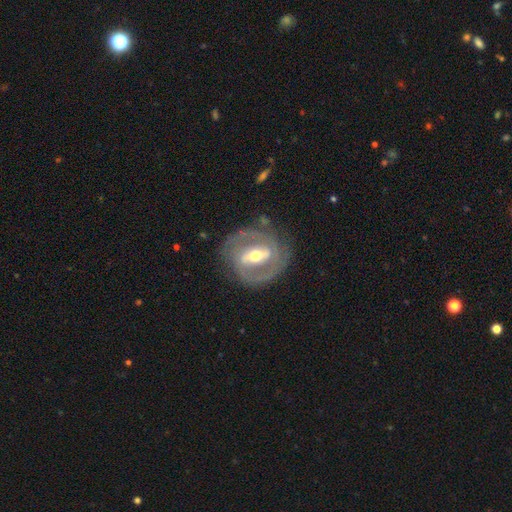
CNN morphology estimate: This is clearly a featured or disk galaxy (84%). It is clearly not viewed edge-on (95%). Bar: possibly strong (55%). Spiral arm pattern: clearly yes (85%). Spiral arm count: clearly 2 (81%). Spiral winding: possibly tight (46%). Central bulge: likely moderate (67%). Merging: likely none (77%).